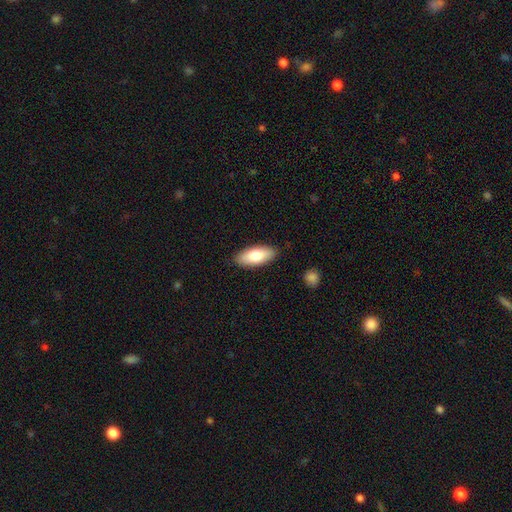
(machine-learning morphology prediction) The model was most divided on "smooth or featured": smooth: 80%, featured or disk: 14%, star or artifact: 6%. More confident: merging — none (88%); how rounded — in between (82%).